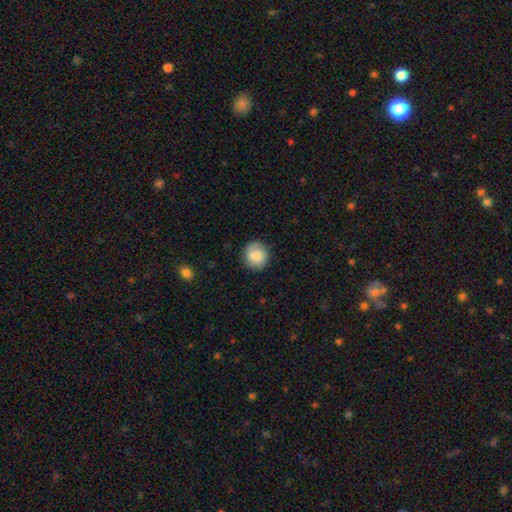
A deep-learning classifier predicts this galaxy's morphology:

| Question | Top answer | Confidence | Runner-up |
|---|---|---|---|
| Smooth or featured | smooth | 84% | featured or disk (9%) |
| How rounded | round | 90% | in between (9%) |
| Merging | none | 86% | minor disturbance (10%) |